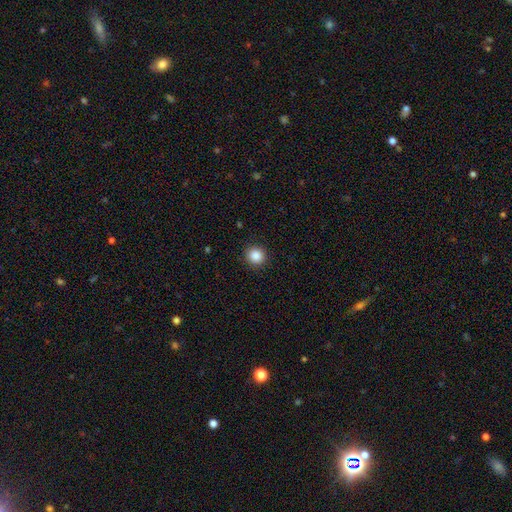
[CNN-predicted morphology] Q: Smooth or featured?
A: smooth (87%); runner-up: star or artifact (10%)
Q: How rounded?
A: round (91%); runner-up: in between (8%)
Q: Merging?
A: none (91%); runner-up: minor disturbance (6%)